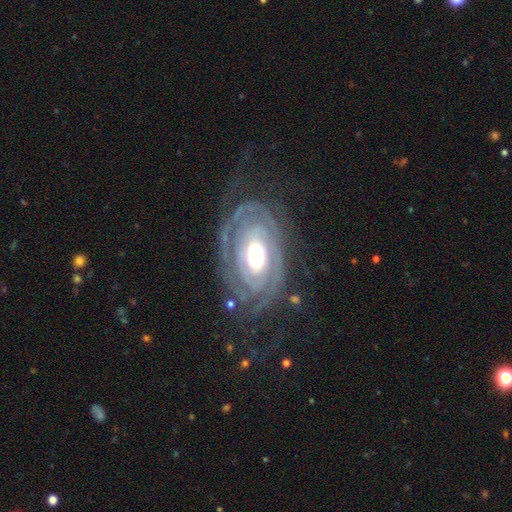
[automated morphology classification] The model was most divided on "spiral arm count": 2: 39%, can't tell: 25%, 3: 15%, 1: 7%, 4: 7%, more than 4: 6%. More confident: edge-on disk — no (96%); spiral arms — yes (95%); smooth or featured — featured or disk (89%); spiral winding — tight (75%); merging — none (68%); bar — no (65%); bulge size — moderate (57%).